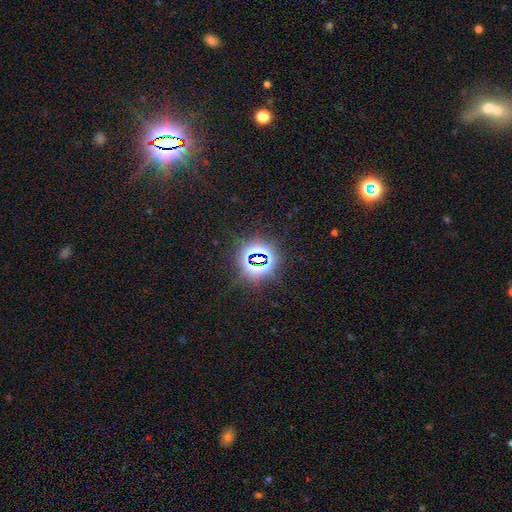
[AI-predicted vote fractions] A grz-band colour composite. It shows a star or artifact, not a galaxy (82%).